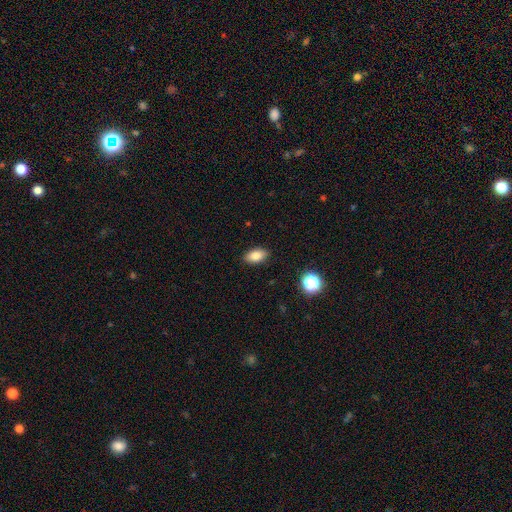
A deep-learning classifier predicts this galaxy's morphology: Overall: smooth (83%). How rounded: in between (90%). Merging: none (89%).